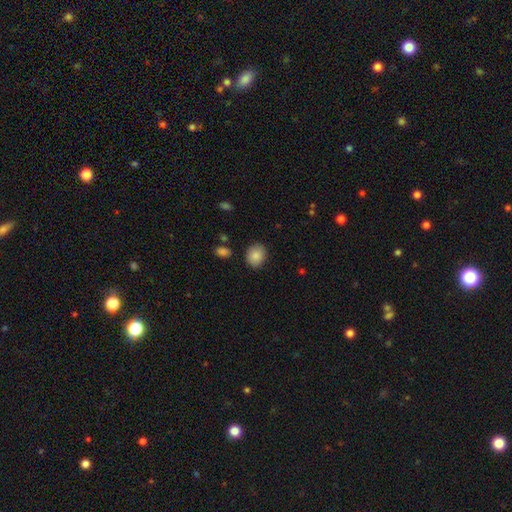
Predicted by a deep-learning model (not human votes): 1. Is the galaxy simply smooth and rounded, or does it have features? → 87% smooth, 8% star or artifact, 5% featured or disk.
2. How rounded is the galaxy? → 61% round, 38% in between, 1% cigar-shaped.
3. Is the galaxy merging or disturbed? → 84% none, 11% minor disturbance, 3% major disturbance, 2% merger.